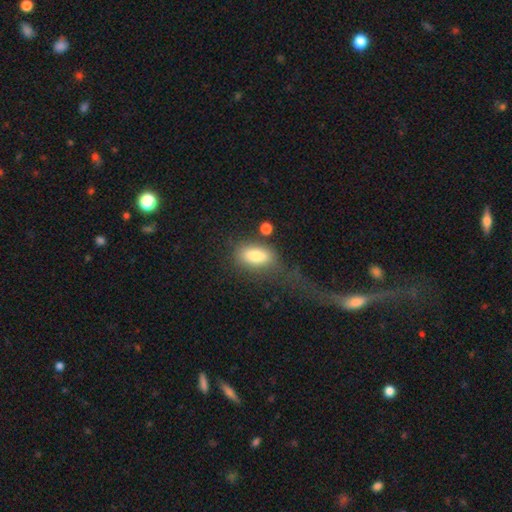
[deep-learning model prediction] Overall: smooth (80%). How rounded: in between (89%). Merging: none (38%; major disturbance 33%).